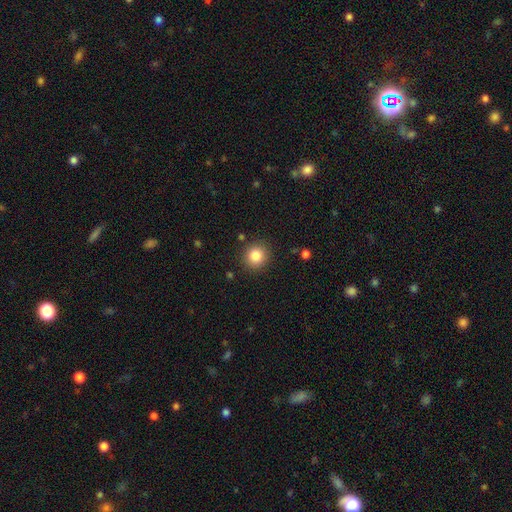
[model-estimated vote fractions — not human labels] Smooth or featured?
  - smooth: 84% *
  - star or artifact: 10%
  - featured or disk: 6%
How rounded?
  - round: 91% *
  - in between: 8%
  - cigar-shaped: 1%
Merging?
  - none: 89% *
  - minor disturbance: 7%
  - major disturbance: 3%
  - merger: 2%